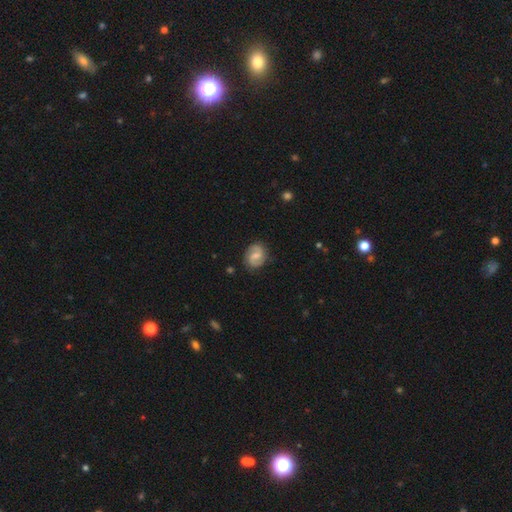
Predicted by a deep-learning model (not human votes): smooth-or-featured: featured or disk: 75% | smooth: 19% | star or artifact: 6%
  disk-edge-on: no: 98% | yes: 2%
    bar: weak: 55% | no: 31% | strong: 14%
    has-spiral-arms: yes: 95% | no: 5%
      spiral-winding: medium: 50% | tight: 27% | loose: 23%
      spiral-arm-count: 2: 91% | can't tell: 4% | 1: 2% | 3: 1% | 4: 1% | more than 4: 1%
    bulge-size: small: 43% | moderate: 42% | none: 11% | large: 3% | dominant: 1%
  merging: none: 83% | minor disturbance: 12% | major disturbance: 3% | merger: 1%